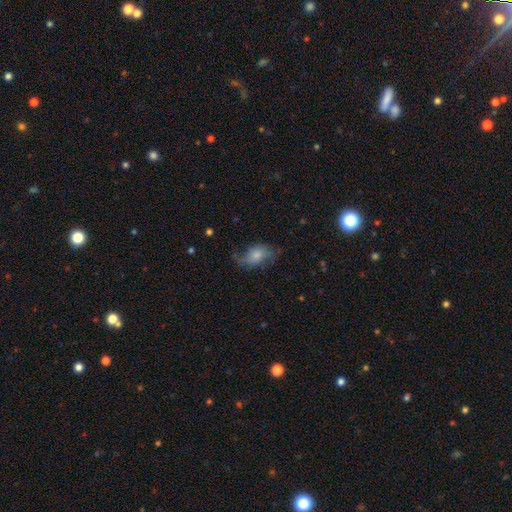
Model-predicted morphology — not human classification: Q: Smooth or featured?
A: smooth (45%); runner-up: featured or disk (44%)
Q: Merging?
A: none (56%); runner-up: minor disturbance (26%)